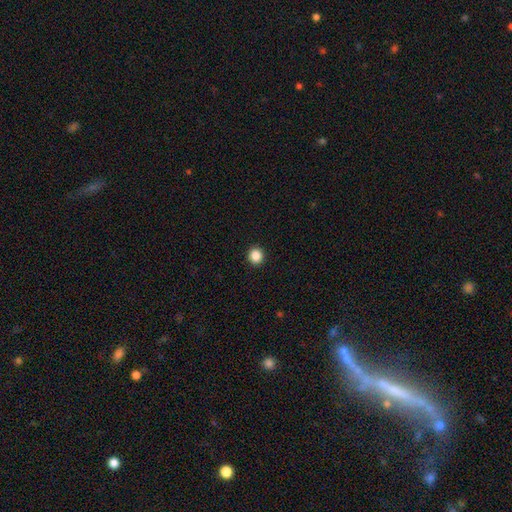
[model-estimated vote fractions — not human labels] This appears to be a smooth galaxy with no disk features (86%) that is round (90%). Merging: none (93%).